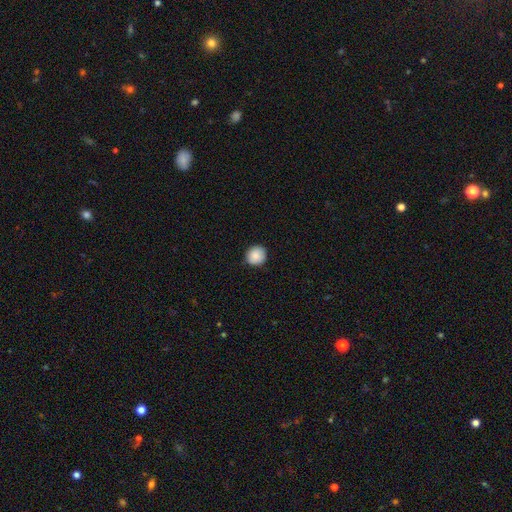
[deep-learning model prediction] Overall: smooth (88%). How rounded: round (92%). Merging: none (88%).